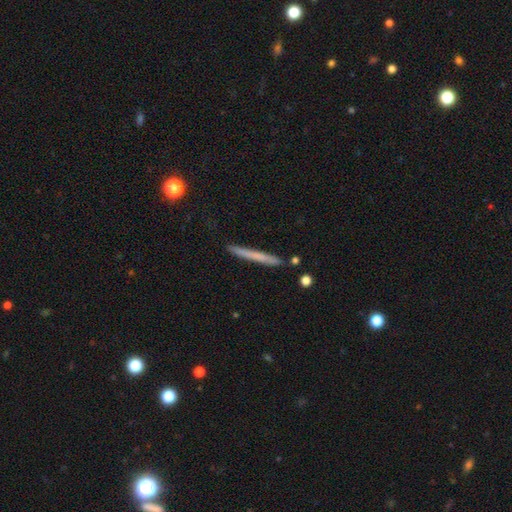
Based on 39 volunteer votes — Smooth or featured?
  - smooth: 54% *
  - featured or disk: 38%
  - star or artifact: 8%
How rounded?
  - cigar-shaped: 100% *
  - round: 0%
  - in between: 0%
Merging?
  - none: 92% *
  - minor disturbance: 6%
  - major disturbance: 3%
  - merger: 0%